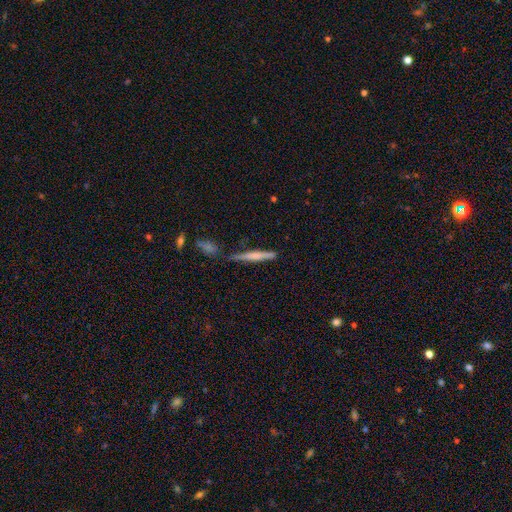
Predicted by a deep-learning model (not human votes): This is possibly a smooth galaxy (54%). How rounded: clearly cigar-shaped (93%). Merging: likely none (72%).